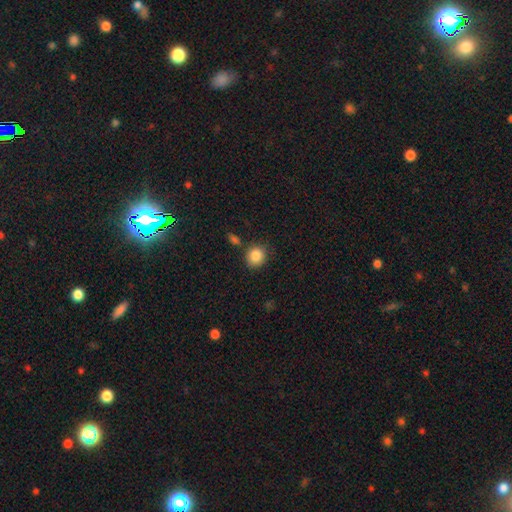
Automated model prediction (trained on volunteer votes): A smooth galaxy with no disk features (86%) that is round (85%).

Vote fractions:
- Smooth or featured? smooth: 86% / star or artifact: 9% / featured or disk: 5%
- How rounded? round: 85% / in between: 14% / cigar-shaped: 1%
- Merging? none: 82% / minor disturbance: 10% / merger: 6% / major disturbance: 3%